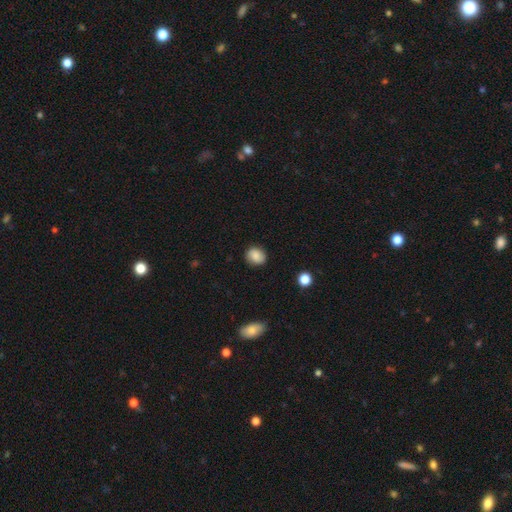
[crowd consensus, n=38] This appears to be a smooth galaxy with no disk features (87%) that is in between round and cigar-shaped (52%). Merging: none (92%).